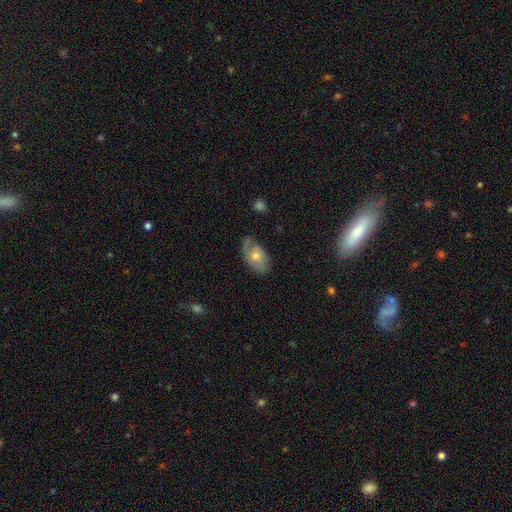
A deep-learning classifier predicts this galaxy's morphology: type=featured or disk (48%); merging=none (60%).